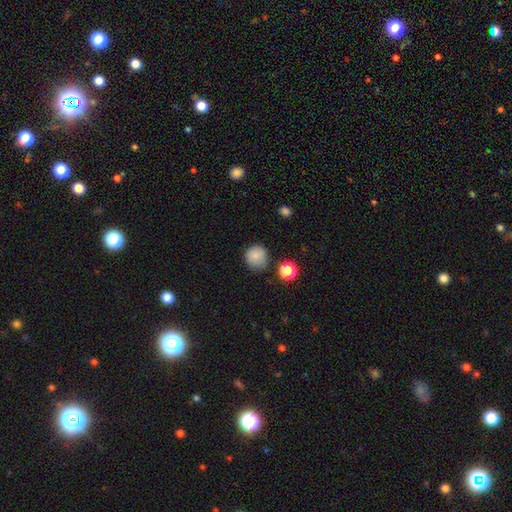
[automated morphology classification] smooth 84%, star or artifact 10%, featured or disk 6%. Down the decision tree: how rounded — round (93%); merging — none (81%).